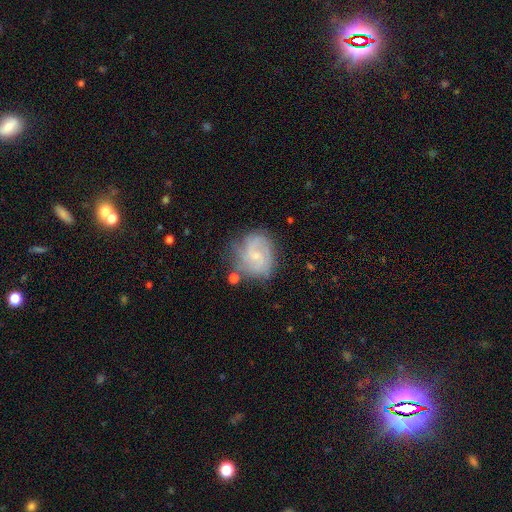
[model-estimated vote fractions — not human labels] smooth_or_featured: featured or disk (p=0.68) [alt: smooth p=0.24]
disk_edge_on: no (p=0.98) [alt: yes p=0.02]
bar: no (p=0.57) [alt: weak p=0.38]
has_spiral_arms: yes (p=0.88) [alt: no p=0.12]
spiral_winding: tight (p=0.44) [alt: medium p=0.40]
spiral_arm_count: can't tell (p=0.34) [alt: 2 p=0.27]
bulge_size: small (p=0.69) [alt: moderate p=0.21]
merging: none (p=0.64) [alt: minor disturbance p=0.23]